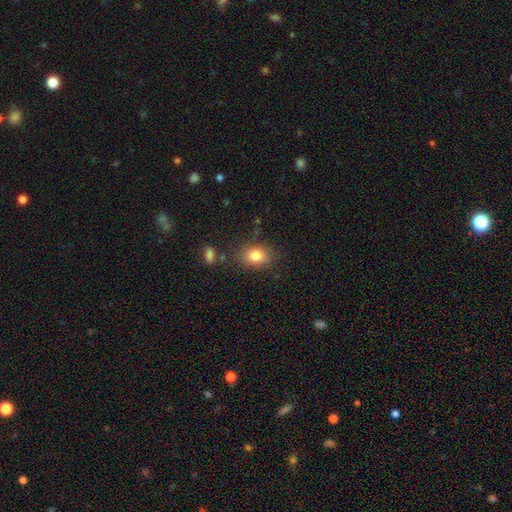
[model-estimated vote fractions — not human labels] A smooth galaxy with no disk features (84%) that is in between round and cigar-shaped (67%).

Vote fractions:
- Smooth or featured? smooth: 84% / star or artifact: 9% / featured or disk: 7%
- How rounded? in between: 67% / round: 31% / cigar-shaped: 1%
- Merging? none: 79% / minor disturbance: 13% / major disturbance: 4% / merger: 3%